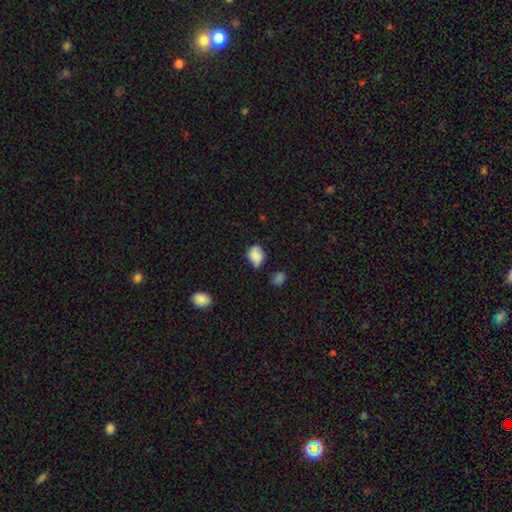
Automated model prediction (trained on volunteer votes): Q: Smooth or featured?
A: smooth (82%); runner-up: star or artifact (9%)
Q: How rounded?
A: in between (53%); runner-up: round (46%)
Q: Merging?
A: none (48%); runner-up: minor disturbance (38%)